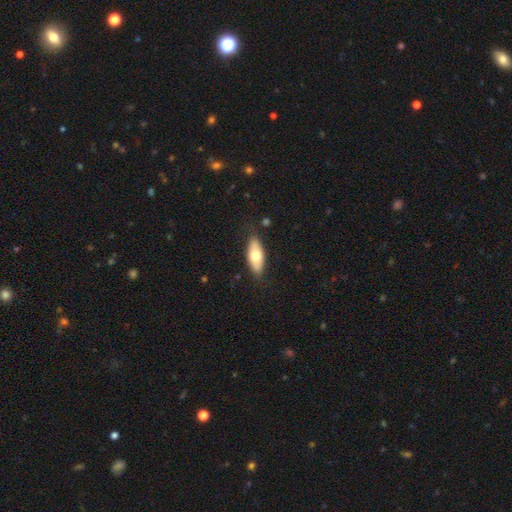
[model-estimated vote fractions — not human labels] smooth 67%, featured or disk 27%, star or artifact 6%. Down the decision tree: how rounded — in between (81%); merging — none (81%).